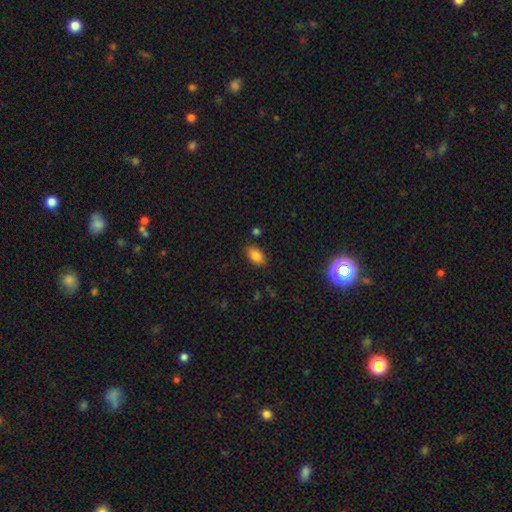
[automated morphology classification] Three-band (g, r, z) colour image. It shows a smooth galaxy with no disk features (83%) that is in between round and cigar-shaped (91%). Merging: none (84%).